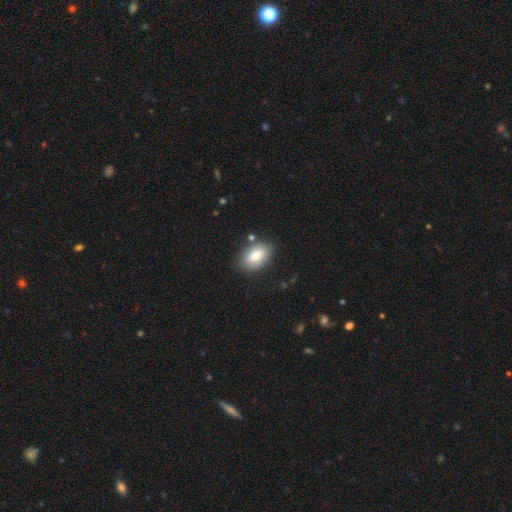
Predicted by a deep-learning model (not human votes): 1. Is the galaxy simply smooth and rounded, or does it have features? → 83% smooth, 9% featured or disk, 7% star or artifact.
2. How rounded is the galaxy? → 90% in between, 9% round, 2% cigar-shaped.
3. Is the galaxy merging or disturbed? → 80% none, 13% minor disturbance, 4% merger, 3% major disturbance.